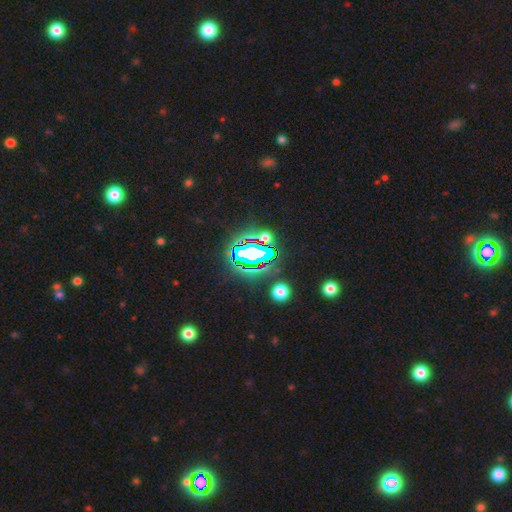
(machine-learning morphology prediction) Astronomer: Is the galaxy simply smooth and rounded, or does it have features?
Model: star or artifact — 77%.